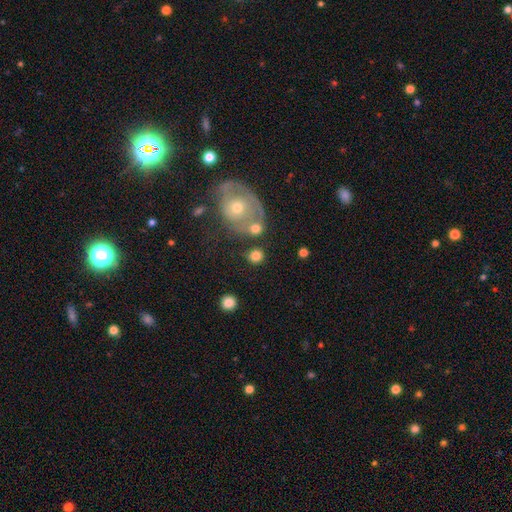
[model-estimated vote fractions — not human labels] Smooth or featured? smooth (78%)
How rounded? round (84%)
Merging? none (69%)